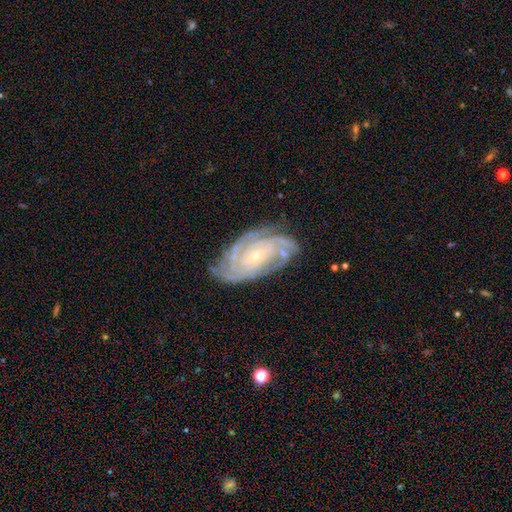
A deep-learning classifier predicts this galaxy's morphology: Q: Smooth or featured?
A: featured or disk (90%); runner-up: star or artifact (6%)
Q: Edge-on disk?
A: no (96%); runner-up: yes (4%)
Q: Bar?
A: no (68%); runner-up: weak (23%)
Q: Spiral arms?
A: yes (98%); runner-up: no (2%)
Q: Spiral winding?
A: tight (74%); runner-up: medium (22%)
Q: Spiral arm count?
A: 4 (27%); tied with: 3 (27%)
Q: Bulge size?
A: small (79%); runner-up: moderate (18%)
Q: Merging?
A: none (74%); runner-up: minor disturbance (19%)